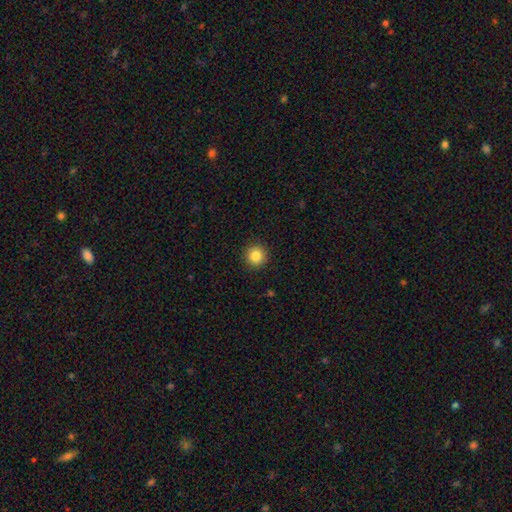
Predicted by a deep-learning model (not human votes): A smooth galaxy with no disk features (85%) that is round (95%). Merging: none (92%).